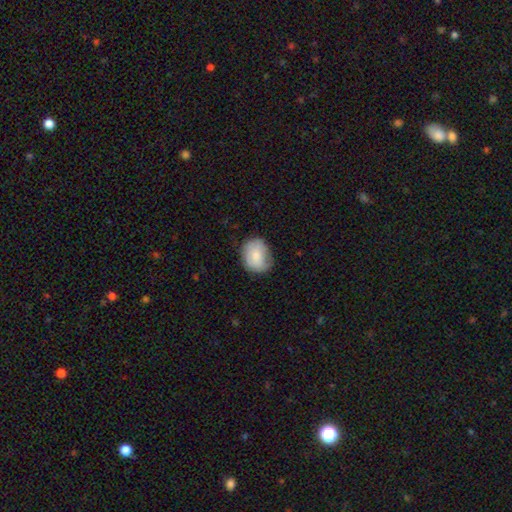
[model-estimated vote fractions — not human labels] Morphology: type=smooth (79%); roundness=in between (54%); merging=none (67%).